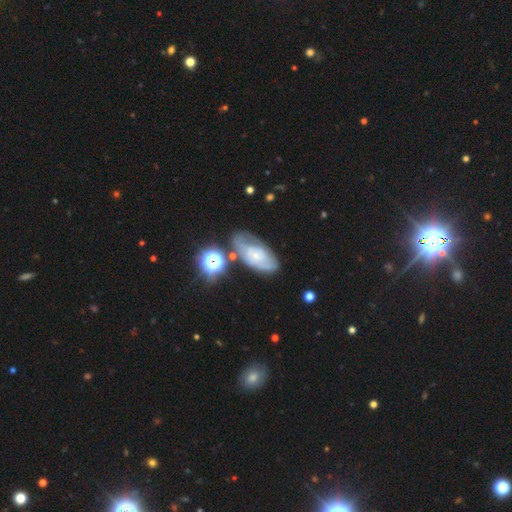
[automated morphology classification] smooth_or_featured: featured or disk (p=0.61) [alt: smooth p=0.28]
disk_edge_on: no (p=0.93) [alt: yes p=0.07]
bar: no (p=0.77) [alt: weak p=0.19]
has_spiral_arms: yes (p=0.74) [alt: no p=0.26]
bulge_size: small (p=0.70) [alt: moderate p=0.16]
merging: none (p=0.54) [alt: minor disturbance p=0.26]